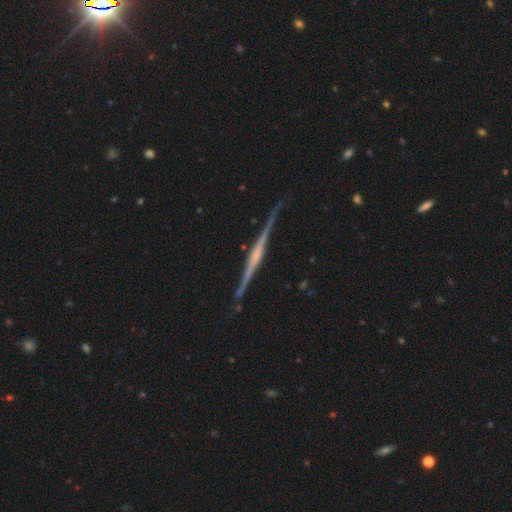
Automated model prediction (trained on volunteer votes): smooth_or_featured: featured or disk (p=0.85) [alt: smooth p=0.10]
disk_edge_on: yes (p=0.98) [alt: no p=0.02]
edge_on_bulge: rounded (p=0.48) [alt: none p=0.28]
merging: none (p=0.87) [alt: minor disturbance p=0.10]